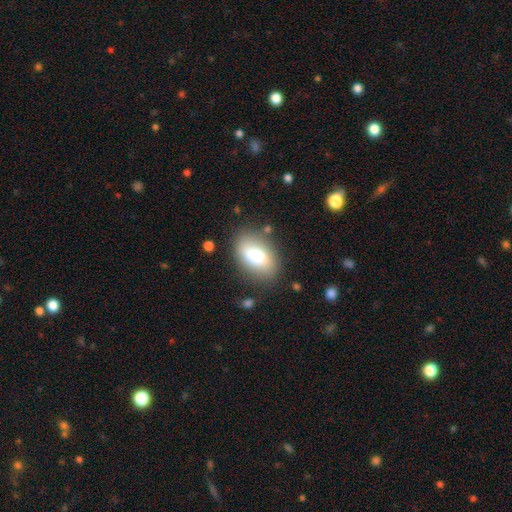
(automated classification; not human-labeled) Q: Smooth or featured?
A: smooth (76%); runner-up: featured or disk (15%)
Q: How rounded?
A: in between (89%); runner-up: round (9%)
Q: Merging?
A: none (76%); runner-up: minor disturbance (15%)